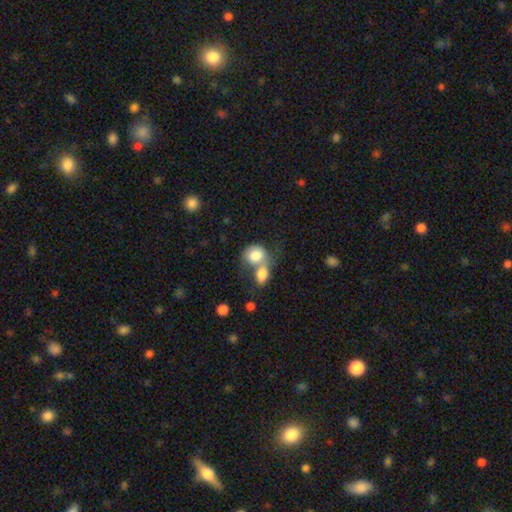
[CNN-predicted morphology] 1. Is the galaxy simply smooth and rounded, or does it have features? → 79% smooth, 14% featured or disk, 7% star or artifact.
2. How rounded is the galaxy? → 50% round, 49% in between, 1% cigar-shaped.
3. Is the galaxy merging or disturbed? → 69% merger, 18% none, 8% minor disturbance, 6% major disturbance.